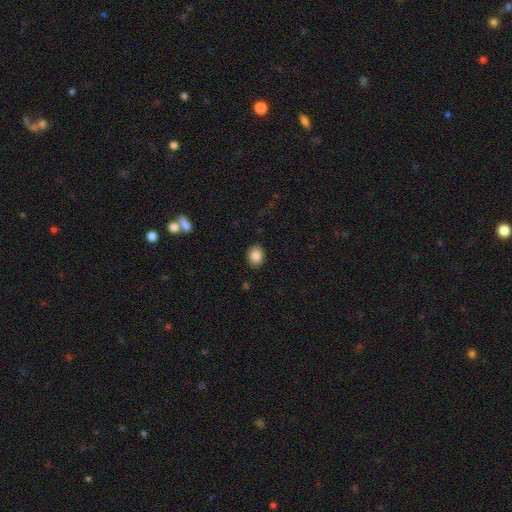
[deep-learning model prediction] smooth 84%, star or artifact 9%, featured or disk 7%. Down the decision tree: how rounded — in between (51%); merging — none (90%).